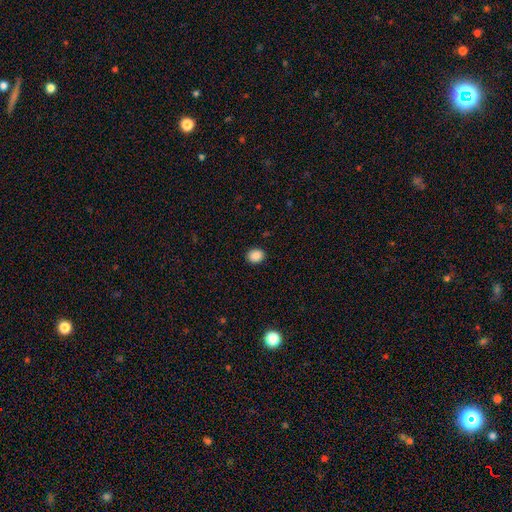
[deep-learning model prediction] A smooth galaxy with no disk features (88%) that is round (58%).

Vote fractions:
- Smooth or featured? smooth: 88% / star or artifact: 9% / featured or disk: 2%
- How rounded? round: 58% / in between: 41% / cigar-shaped: 1%
- Merging? none: 90% / minor disturbance: 7% / major disturbance: 2% / merger: 1%